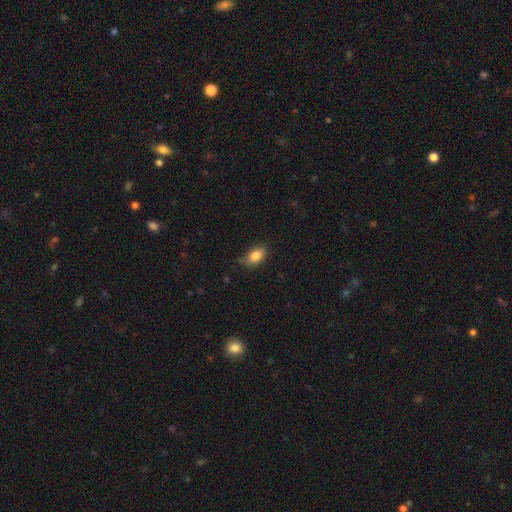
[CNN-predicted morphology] A smooth galaxy with no disk features (85%) that is in between round and cigar-shaped (90%).

Vote fractions:
- Smooth or featured? smooth: 85% / star or artifact: 8% / featured or disk: 7%
- How rounded? in between: 90% / round: 7% / cigar-shaped: 3%
- Merging? none: 74% / minor disturbance: 21% / major disturbance: 4% / merger: 1%